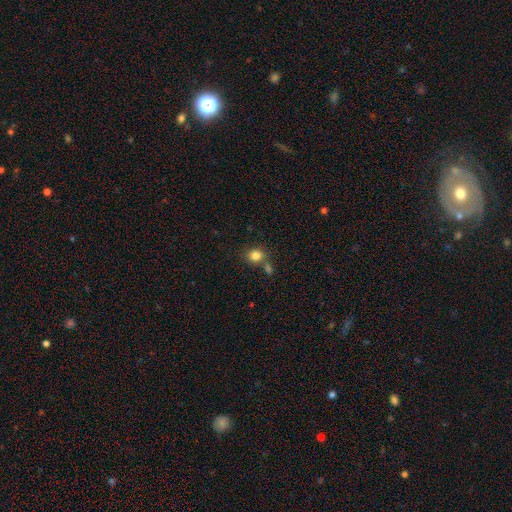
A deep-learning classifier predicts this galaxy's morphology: Smooth or featured? smooth (83%)
How rounded? round (74%)
Merging? none (66%)